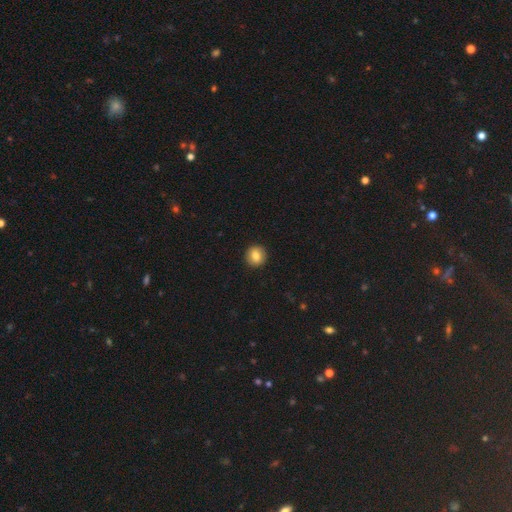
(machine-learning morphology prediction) Smooth or featured? Predicted: smooth (p=0.83). How rounded? Predicted: round (p=0.93). Merging? Predicted: none (p=0.93).